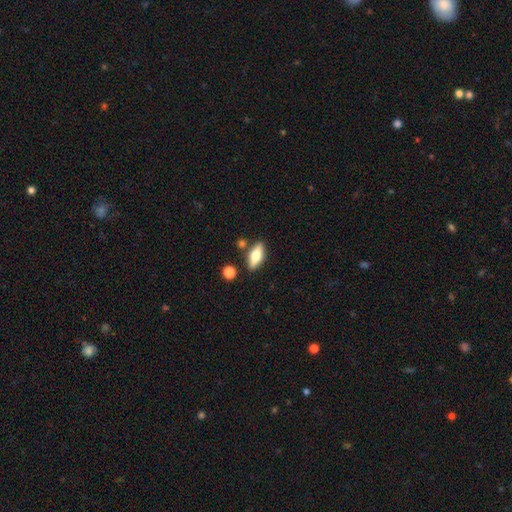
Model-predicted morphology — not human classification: Smooth or featured: smooth — 62% (featured or disk — 31%)
How rounded: in between — 72% (cigar-shaped — 24%)
Merging: none — 81% (minor disturbance — 10%)